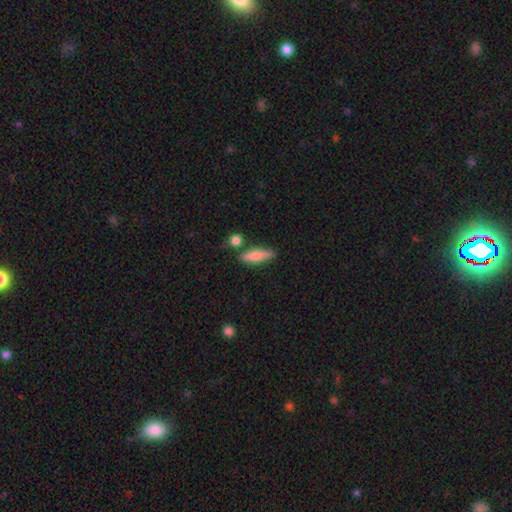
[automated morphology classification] Overall: smooth (71%). How rounded: cigar-shaped (63%; in between 34%). Merging: none (72%).